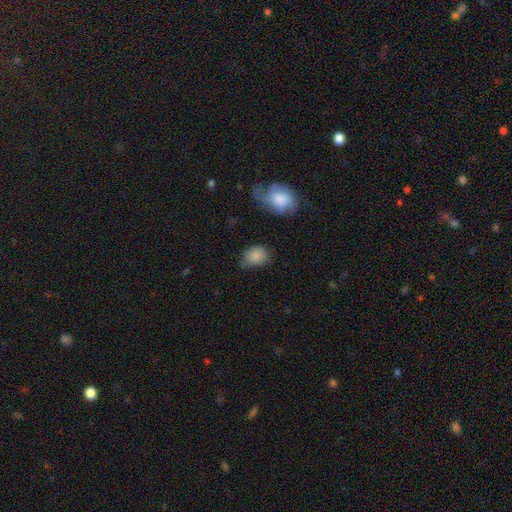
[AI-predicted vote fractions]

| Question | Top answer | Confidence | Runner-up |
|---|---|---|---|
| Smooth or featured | smooth | 85% | star or artifact (8%) |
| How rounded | in between | 54% | round (44%) |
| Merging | none | 60% | minor disturbance (28%) |